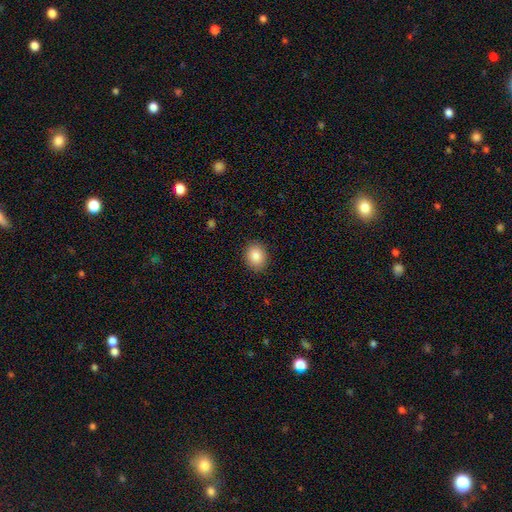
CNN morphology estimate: A smooth galaxy with no disk features (87%) that is round (59%).

Vote fractions:
- Smooth or featured? smooth: 87% / star or artifact: 9% / featured or disk: 5%
- How rounded? round: 59% / in between: 40% / cigar-shaped: 1%
- Merging? none: 89% / minor disturbance: 8% / major disturbance: 2% / merger: 1%